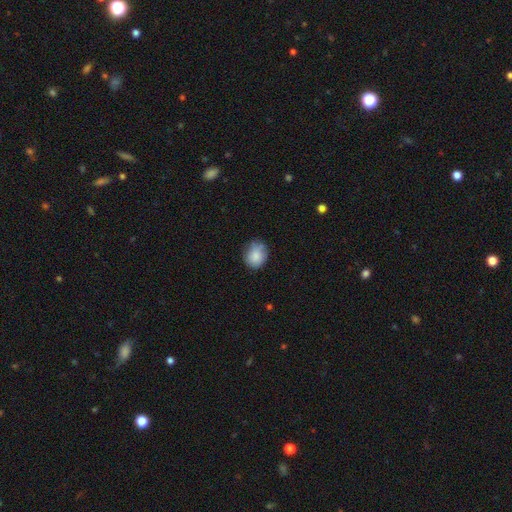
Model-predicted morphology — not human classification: type=smooth (84%); roundness=round (62%); merging=none (69%).